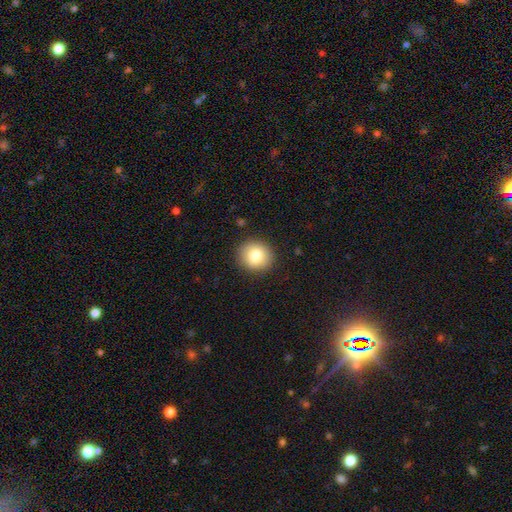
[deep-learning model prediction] smooth-or-featured: smooth: 83% | featured or disk: 9% | star or artifact: 9%
  how-rounded: round: 87% | in between: 12% | cigar-shaped: 1%
  merging: none: 90% | minor disturbance: 7% | major disturbance: 2% | merger: 1%